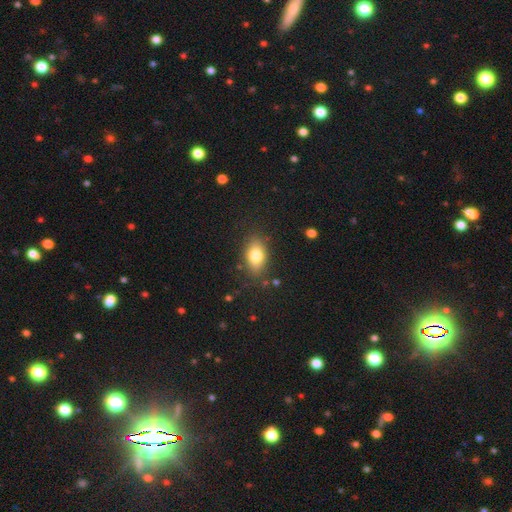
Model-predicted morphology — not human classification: smooth-or-featured: smooth: 78% | featured or disk: 13% | star or artifact: 9%
  how-rounded: in between: 85% | round: 11% | cigar-shaped: 3%
  merging: none: 83% | minor disturbance: 12% | major disturbance: 3% | merger: 2%